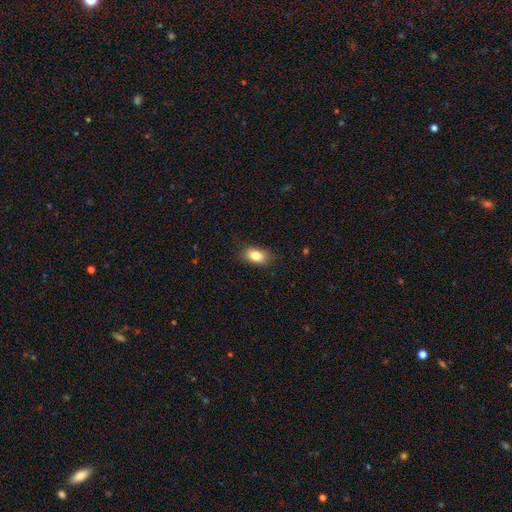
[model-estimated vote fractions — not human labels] Smooth or featured: smooth — 83% (star or artifact — 9%)
How rounded: in between — 86% (round — 12%)
Merging: none — 82% (minor disturbance — 14%)